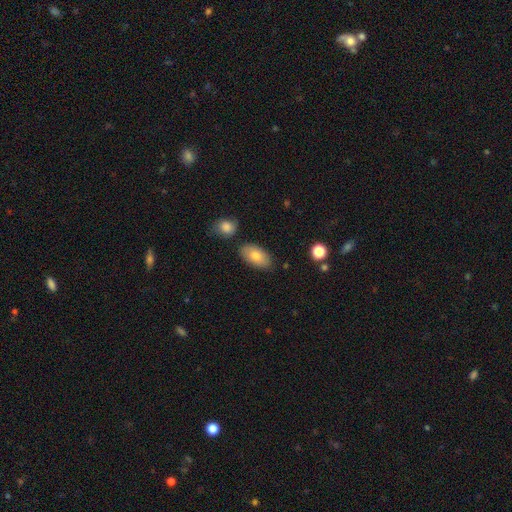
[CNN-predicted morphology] Smooth or featured? Predicted: smooth (p=0.79). How rounded? Predicted: in between (p=0.94). Merging? Predicted: none (p=0.80).